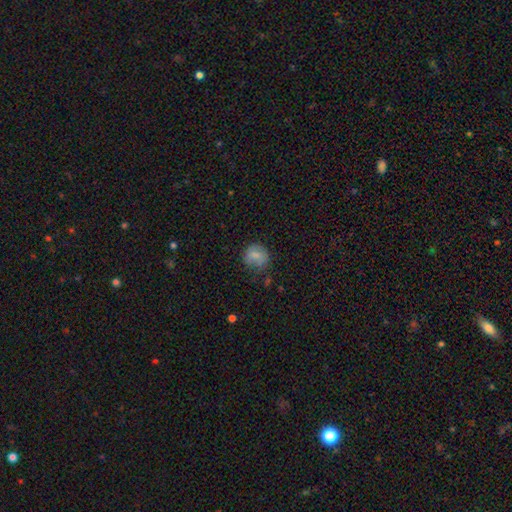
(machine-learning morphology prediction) This appears to be a smooth galaxy with no disk features (78%) that is round (73%). Merging: none (62%).